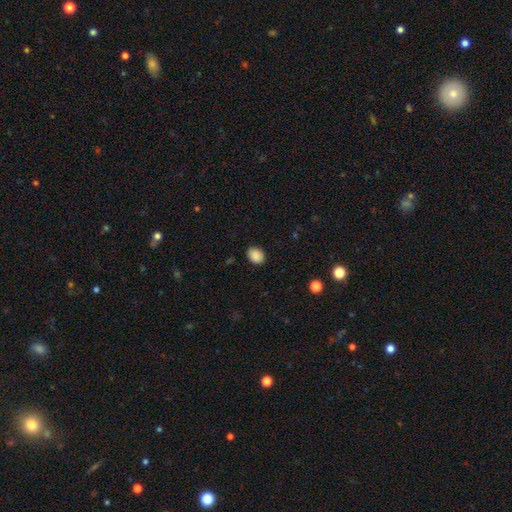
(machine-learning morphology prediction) Q: Smooth or featured?
A: smooth (88%); runner-up: star or artifact (9%)
Q: How rounded?
A: in between (53%); runner-up: round (46%)
Q: Merging?
A: none (87%); runner-up: minor disturbance (10%)